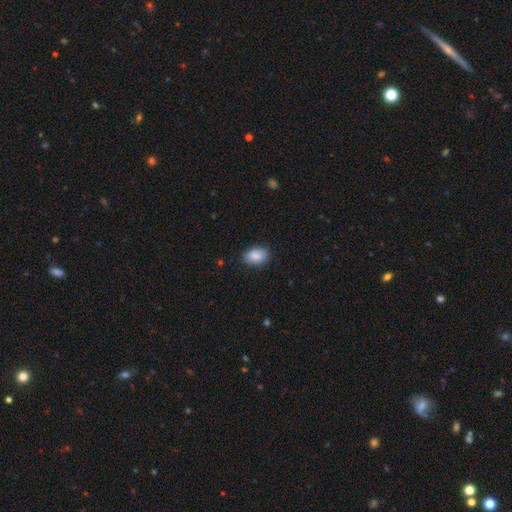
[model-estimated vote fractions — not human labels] smooth-or-featured: smooth: 87% | star or artifact: 7% | featured or disk: 6%
  how-rounded: in between: 84% | round: 15% | cigar-shaped: 1%
  merging: none: 82% | minor disturbance: 14% | major disturbance: 3% | merger: 1%